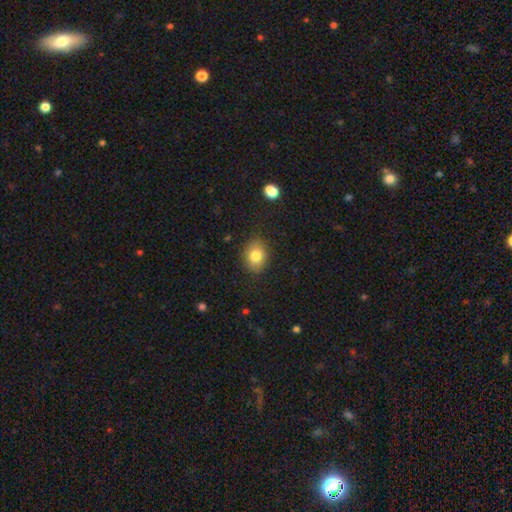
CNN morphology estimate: smooth-or-featured: smooth: 81% | featured or disk: 10% | star or artifact: 10%
  how-rounded: in between: 59% | round: 40% | cigar-shaped: 1%
  merging: none: 86% | minor disturbance: 10% | major disturbance: 3% | merger: 1%